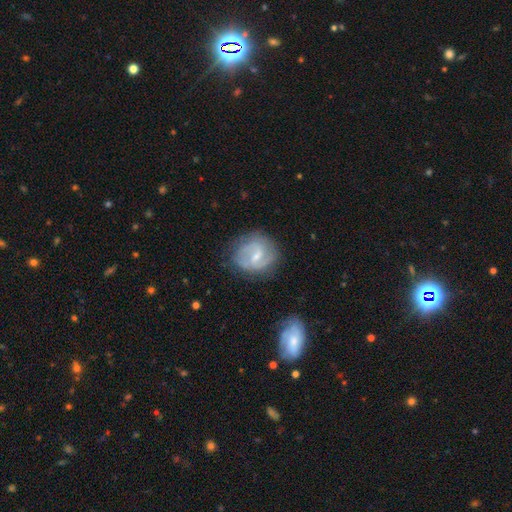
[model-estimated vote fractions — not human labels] Smooth or featured?
  - featured or disk: 75% *
  - smooth: 19%
  - star or artifact: 6%
Edge-on disk?
  - no: 97% *
  - yes: 3%
Bar?
  - weak: 60% *
  - strong: 21%
  - no: 19%
Spiral arms?
  - yes: 90% *
  - no: 10%
Spiral winding?
  - medium: 48% *
  - tight: 26%
  - loose: 26%
Spiral arm count?
  - 2: 74% *
  - can't tell: 14%
  - 3: 5%
  - 1: 4%
  - 4: 2%
  - more than 4: 2%
Bulge size?
  - small: 63% *
  - moderate: 30%
  - none: 4%
  - large: 1%
  - dominant: 1%
Merging?
  - none: 72% *
  - minor disturbance: 18%
  - major disturbance: 8%
  - merger: 2%